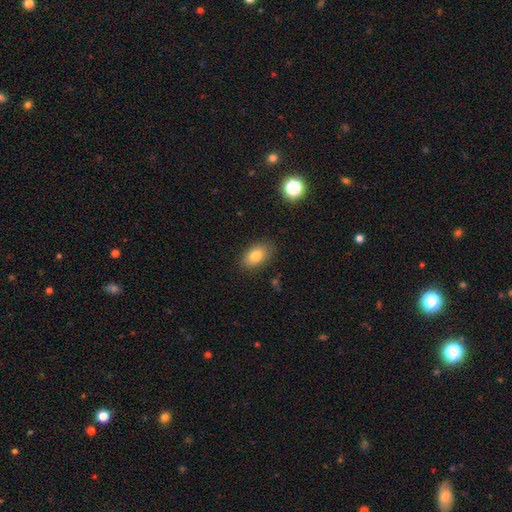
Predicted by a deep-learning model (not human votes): Overall: smooth (79%). How rounded: in between (87%). Merging: none (85%).